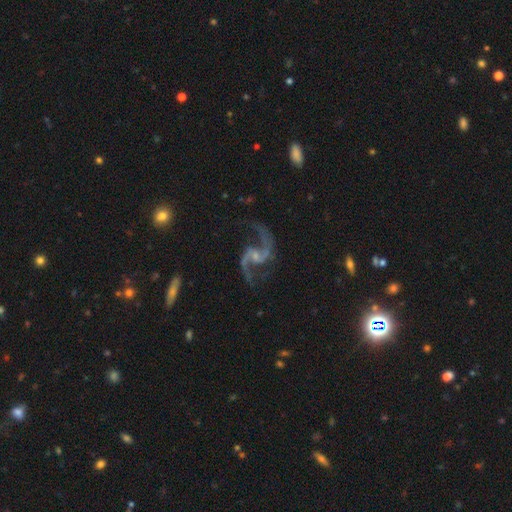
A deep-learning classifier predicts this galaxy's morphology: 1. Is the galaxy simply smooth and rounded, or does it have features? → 92% featured or disk, 5% star or artifact, 2% smooth.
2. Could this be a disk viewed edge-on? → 98% no, 2% yes.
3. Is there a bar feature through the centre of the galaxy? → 42% weak (tied), 42% no (tied), 16% strong.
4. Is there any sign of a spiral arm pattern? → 98% yes, 2% no.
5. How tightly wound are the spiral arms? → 62% loose, 34% medium, 5% tight.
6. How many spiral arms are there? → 94% 2, 1% 3, 1% can't tell, 1% 1, 1% 4, 1% more than 4.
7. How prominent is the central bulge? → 63% small, 20% moderate, 14% none, 2% large, 1% dominant.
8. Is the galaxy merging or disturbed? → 76% none, 14% minor disturbance, 9% major disturbance, 2% merger.